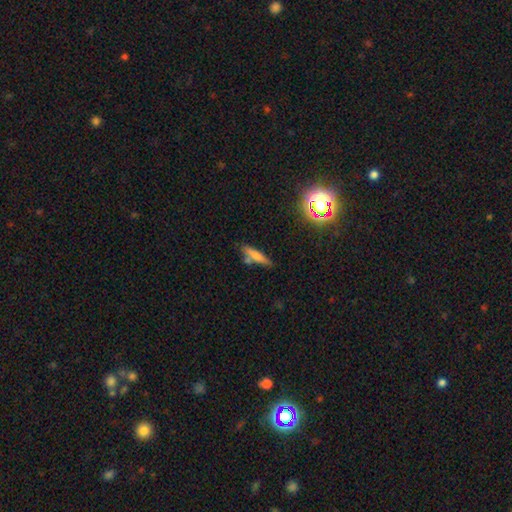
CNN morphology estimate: smooth 62%, featured or disk 27%, star or artifact 11%. Down the decision tree: how rounded — cigar-shaped (79%); merging — none (63%).